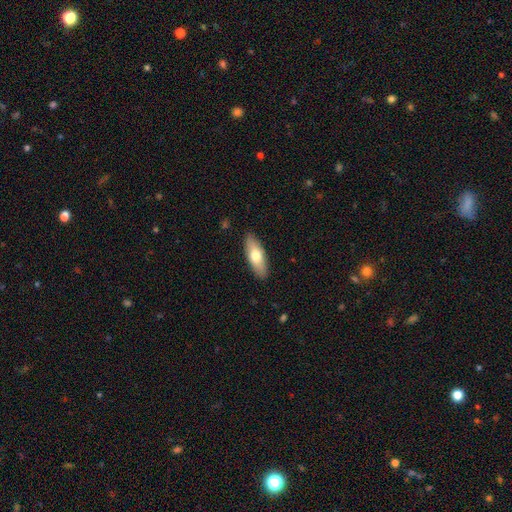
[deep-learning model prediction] Smooth or featured? smooth (69%)
How rounded? in between (69%)
Merging? none (89%)